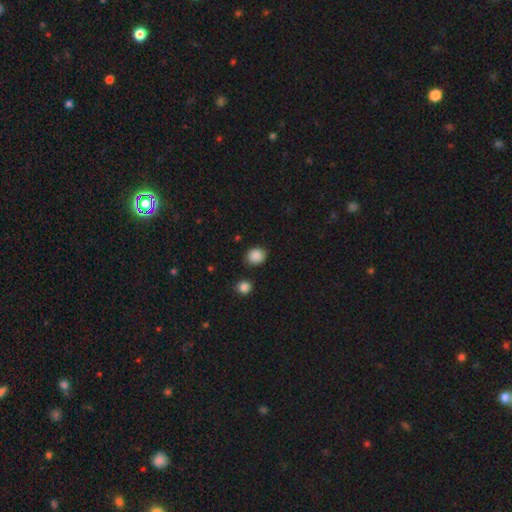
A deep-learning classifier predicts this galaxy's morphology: smooth_or_featured: smooth (p=0.88) [alt: star or artifact p=0.09]
how_rounded: round (p=0.73) [alt: in between p=0.26]
merging: none (p=0.85) [alt: minor disturbance p=0.09]